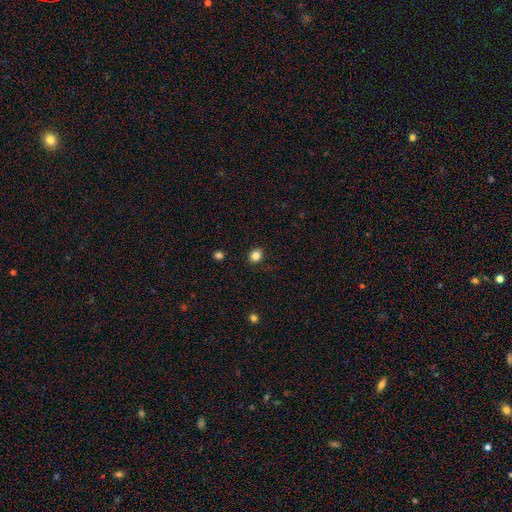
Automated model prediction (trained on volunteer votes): Smooth or featured?
  - smooth: 84% *
  - star or artifact: 12%
  - featured or disk: 4%
How rounded?
  - round: 77% *
  - in between: 22%
  - cigar-shaped: 1%
Merging?
  - none: 90% *
  - minor disturbance: 7%
  - major disturbance: 2%
  - merger: 1%